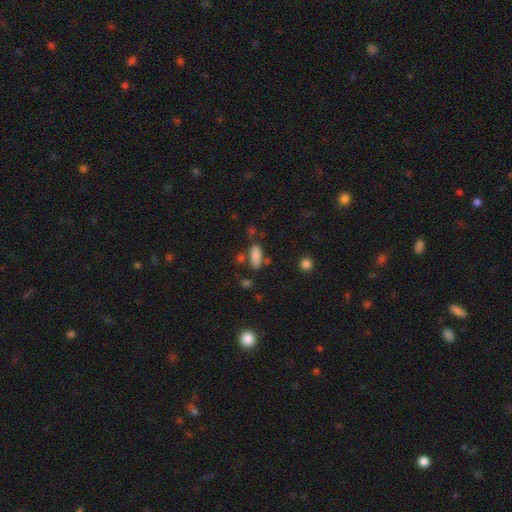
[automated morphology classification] This appears to be a smooth galaxy with no disk features (84%) that is in between round and cigar-shaped (77%). Merging: none (68%).